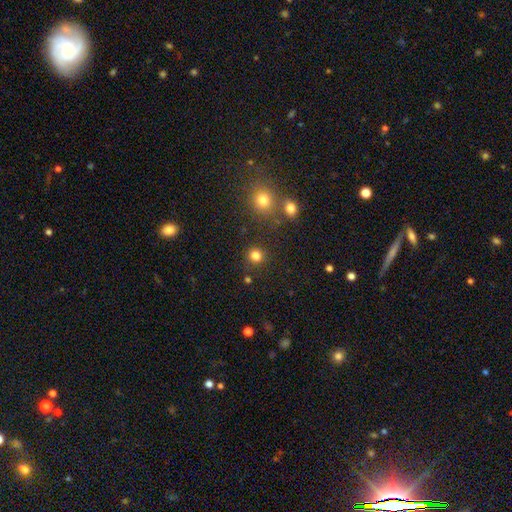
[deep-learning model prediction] Smooth or featured? smooth (82%)
How rounded? round (92%)
Merging? none (86%)